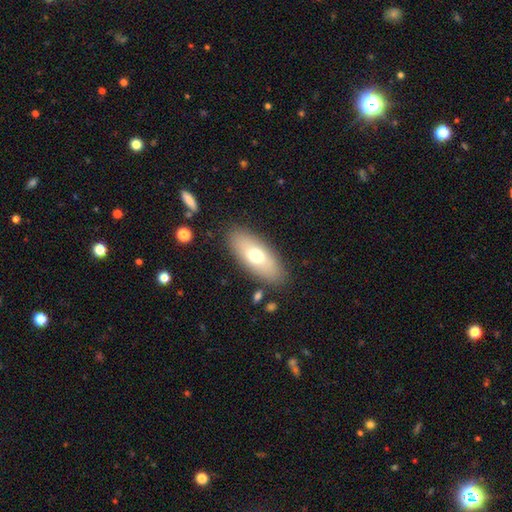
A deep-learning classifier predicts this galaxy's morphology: Smooth or featured?
  - smooth: 66% *
  - featured or disk: 26%
  - star or artifact: 7%
How rounded?
  - in between: 83% *
  - cigar-shaped: 14%
  - round: 3%
Merging?
  - none: 85% *
  - minor disturbance: 10%
  - major disturbance: 3%
  - merger: 2%